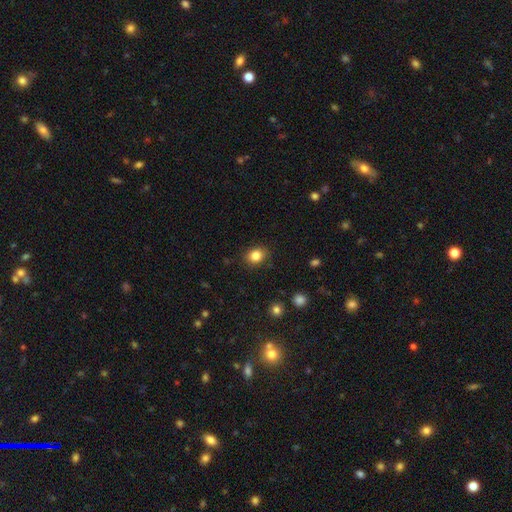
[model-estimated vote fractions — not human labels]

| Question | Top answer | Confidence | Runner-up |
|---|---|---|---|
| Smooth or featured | smooth | 84% | star or artifact (10%) |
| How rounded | round | 55% | in between (44%) |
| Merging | none | 88% | minor disturbance (9%) |